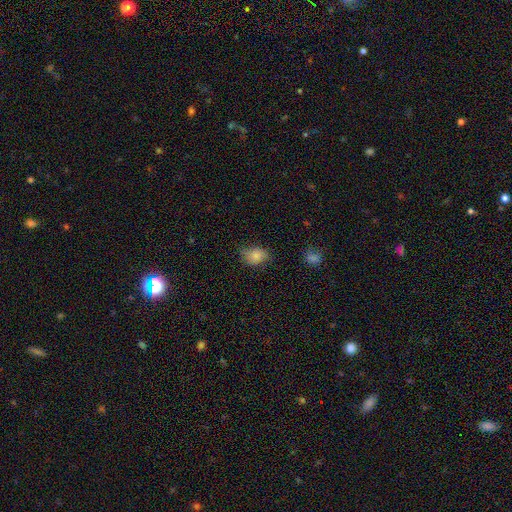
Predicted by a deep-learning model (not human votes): Smooth or featured? Predicted: smooth (p=0.82). How rounded? Predicted: in between (p=0.66). Merging? Predicted: none (p=0.60).